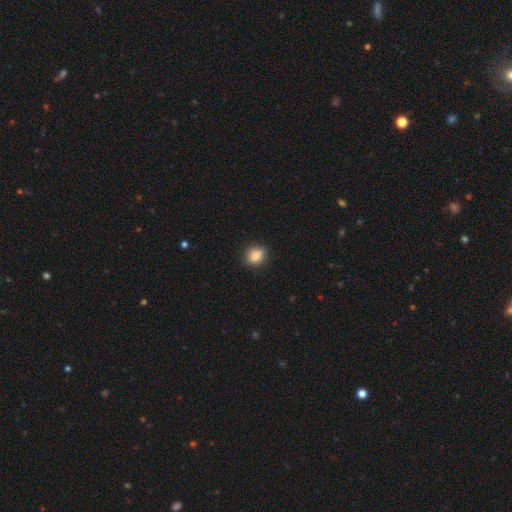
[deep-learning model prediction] smooth-or-featured: smooth: 83% | star or artifact: 9% | featured or disk: 7%
  how-rounded: round: 54% | in between: 44% | cigar-shaped: 2%
  merging: none: 84% | minor disturbance: 12% | major disturbance: 2% | merger: 1%